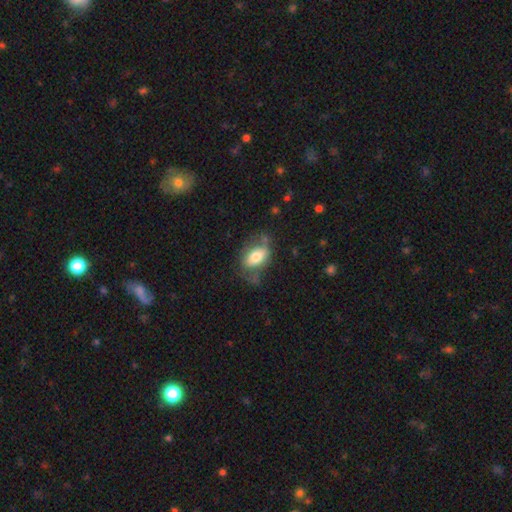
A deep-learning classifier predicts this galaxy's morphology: A smooth galaxy with no disk features (66%) that is in between round and cigar-shaped (87%).

Vote fractions:
- Smooth or featured? smooth: 66% / featured or disk: 27% / star or artifact: 7%
- How rounded? in between: 87% / round: 10% / cigar-shaped: 3%
- Merging? none: 50% / minor disturbance: 28% / major disturbance: 17% / merger: 5%